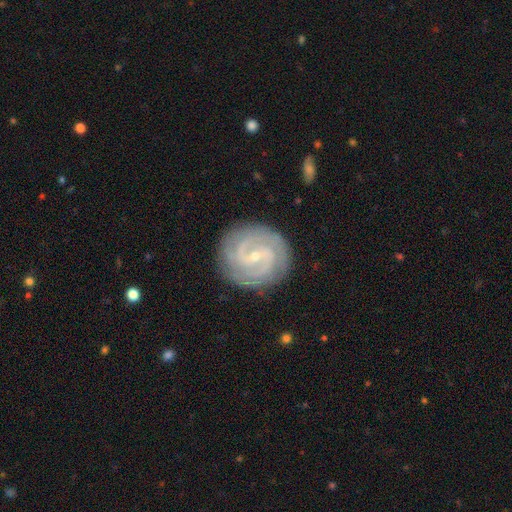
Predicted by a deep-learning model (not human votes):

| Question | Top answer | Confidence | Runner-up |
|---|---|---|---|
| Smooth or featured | featured or disk | 90% | smooth (6%) |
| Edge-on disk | no | 98% | yes (2%) |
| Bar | weak | 47% | no (33%) |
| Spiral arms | yes | 98% | no (2%) |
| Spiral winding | tight | 60% | medium (34%) |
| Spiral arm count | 2 | 62% | 3 (15%) |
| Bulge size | small | 80% | moderate (16%) |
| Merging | none | 85% | minor disturbance (11%) |